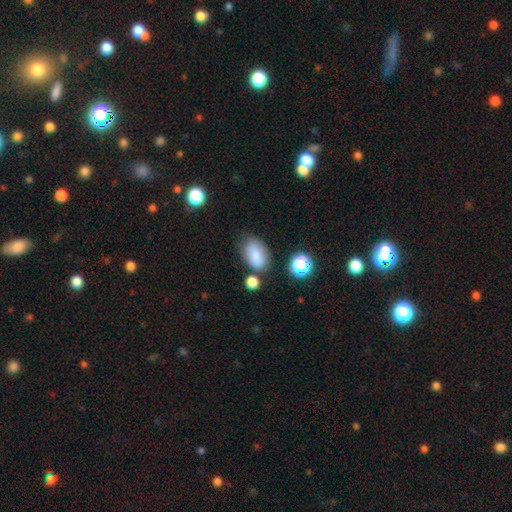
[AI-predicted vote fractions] A smooth galaxy with no disk features (81%) that is in between round and cigar-shaped (87%). Merging: none (69%).